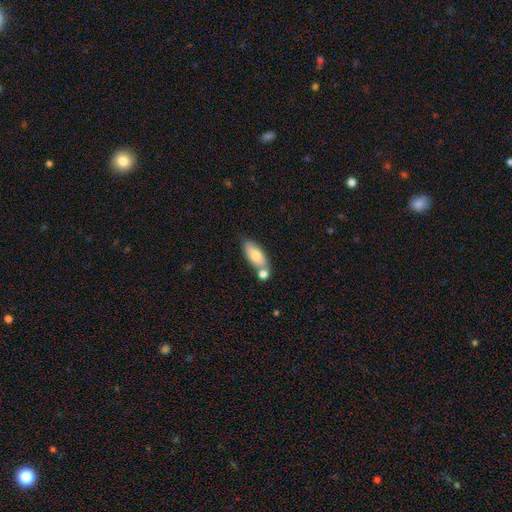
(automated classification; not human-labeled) Smooth or featured?
  - smooth: 75% *
  - featured or disk: 18%
  - star or artifact: 7%
How rounded?
  - in between: 78% *
  - cigar-shaped: 19%
  - round: 3%
Merging?
  - none: 56% *
  - merger: 27%
  - minor disturbance: 14%
  - major disturbance: 3%